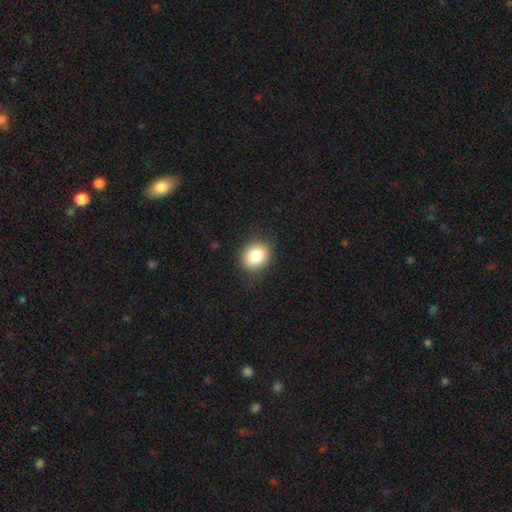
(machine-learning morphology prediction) smooth-or-featured: smooth: 84% | star or artifact: 9% | featured or disk: 7%
  how-rounded: round: 50% | in between: 49% | cigar-shaped: 1%
  merging: none: 85% | minor disturbance: 11% | major disturbance: 3% | merger: 1%